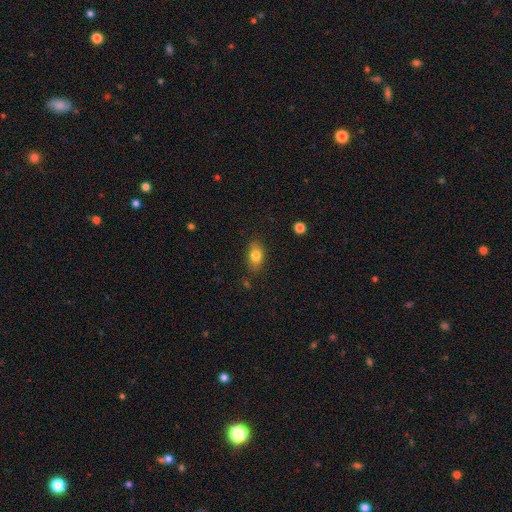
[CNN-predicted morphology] A smooth galaxy with no disk features (81%) that is in between round and cigar-shaped (83%).

Vote fractions:
- Smooth or featured? smooth: 81% / featured or disk: 11% / star or artifact: 9%
- How rounded? in between: 83% / round: 14% / cigar-shaped: 3%
- Merging? none: 83% / minor disturbance: 13% / major disturbance: 3% / merger: 2%